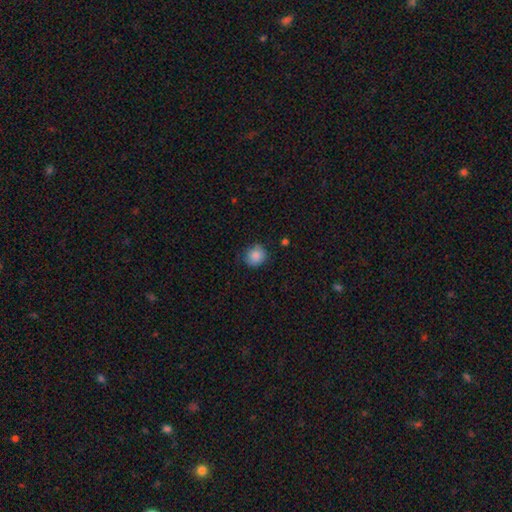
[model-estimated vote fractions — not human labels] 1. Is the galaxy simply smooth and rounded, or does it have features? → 87% smooth, 9% star or artifact, 4% featured or disk.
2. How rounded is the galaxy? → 81% round, 18% in between, 1% cigar-shaped.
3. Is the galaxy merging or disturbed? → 79% none, 16% minor disturbance, 3% major disturbance, 1% merger.